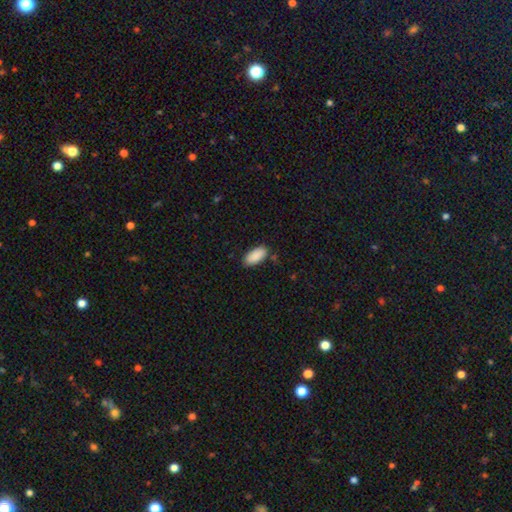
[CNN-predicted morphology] Smooth or featured?
  - smooth: 90% *
  - star or artifact: 6%
  - featured or disk: 4%
How rounded?
  - in between: 92% *
  - cigar-shaped: 6%
  - round: 2%
Merging?
  - none: 84% *
  - minor disturbance: 12%
  - major disturbance: 2%
  - merger: 2%